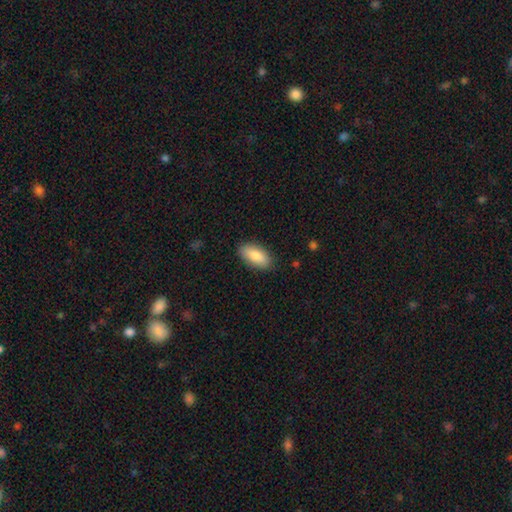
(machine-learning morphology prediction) Q: Smooth or featured?
A: smooth (86%); runner-up: featured or disk (8%)
Q: How rounded?
A: in between (88%); runner-up: cigar-shaped (10%)
Q: Merging?
A: none (87%); runner-up: minor disturbance (10%)